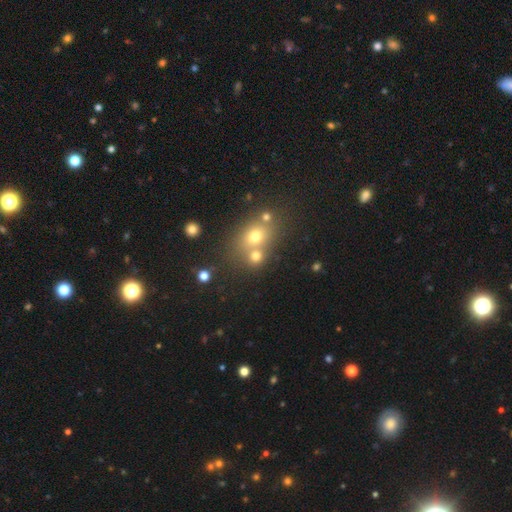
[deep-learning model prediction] Morphology: type=smooth (69%); roundness=round (64%); merging=none (49%).